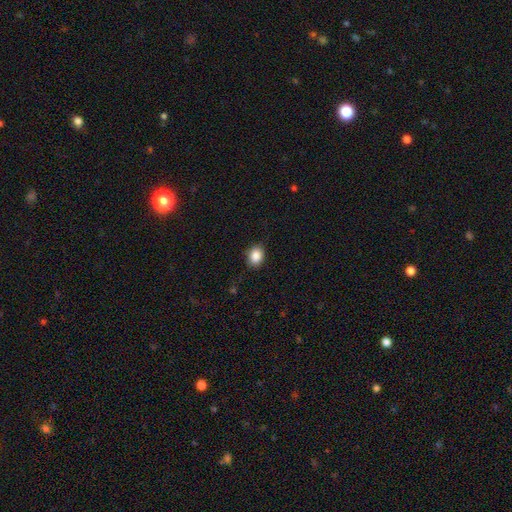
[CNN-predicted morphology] The model was most divided on "how rounded": in between: 52%, round: 47%, cigar-shaped: 1%. More confident: smooth or featured — smooth (87%); merging — none (83%).